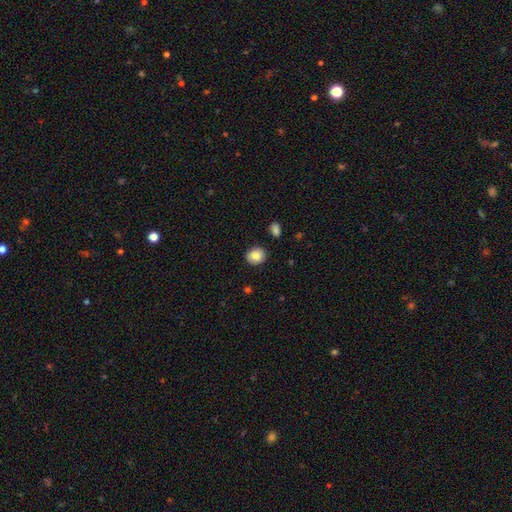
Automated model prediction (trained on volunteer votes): Smooth or featured? Predicted: smooth (p=0.82). How rounded? Predicted: round (p=0.71). Merging? Predicted: none (p=0.87).